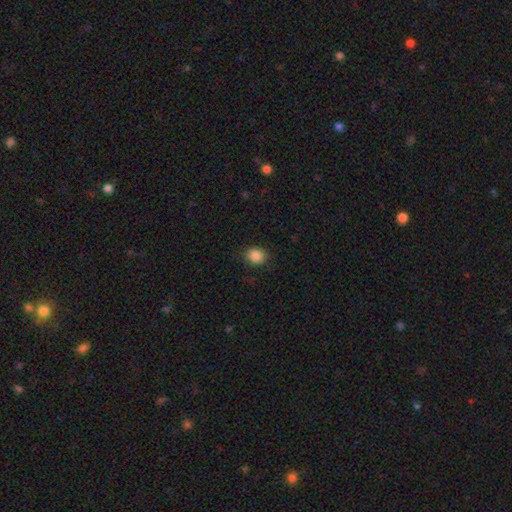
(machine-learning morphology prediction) Q: Smooth or featured?
A: smooth (86%); runner-up: star or artifact (10%)
Q: How rounded?
A: round (69%); runner-up: in between (30%)
Q: Merging?
A: none (86%); runner-up: minor disturbance (10%)